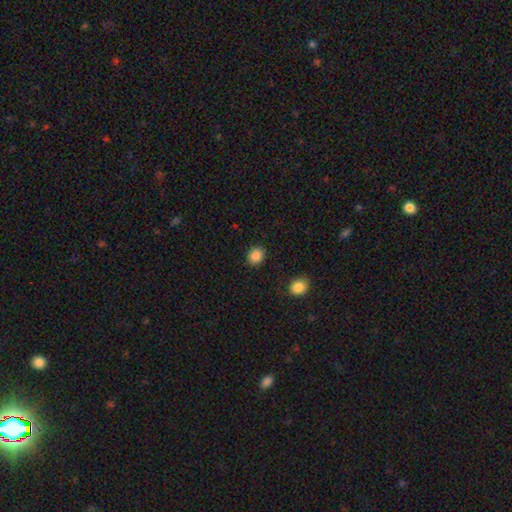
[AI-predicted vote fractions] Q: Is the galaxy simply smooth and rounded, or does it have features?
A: smooth — 87%.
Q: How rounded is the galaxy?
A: round — 70%.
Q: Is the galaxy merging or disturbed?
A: none — 89%.